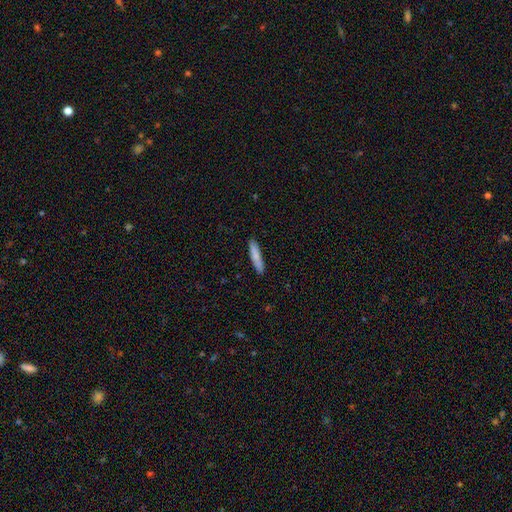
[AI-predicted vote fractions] Q: Smooth or featured?
A: smooth (82%); runner-up: featured or disk (13%)
Q: How rounded?
A: cigar-shaped (89%); runner-up: in between (10%)
Q: Merging?
A: none (89%); runner-up: minor disturbance (8%)